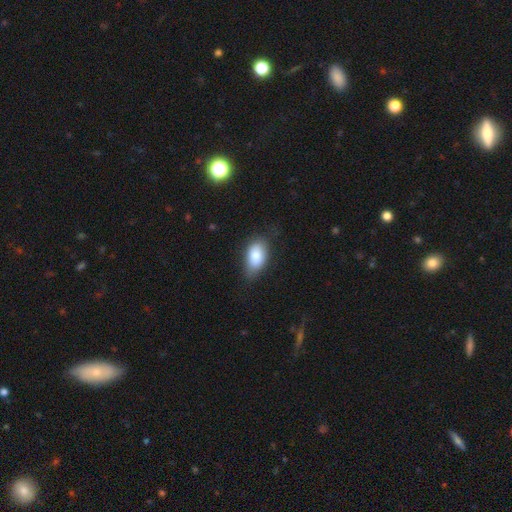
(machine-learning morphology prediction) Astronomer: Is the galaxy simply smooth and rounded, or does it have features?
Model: smooth — 82%.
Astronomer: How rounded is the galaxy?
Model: in between — 91%.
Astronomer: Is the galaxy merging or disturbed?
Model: none — 65%.